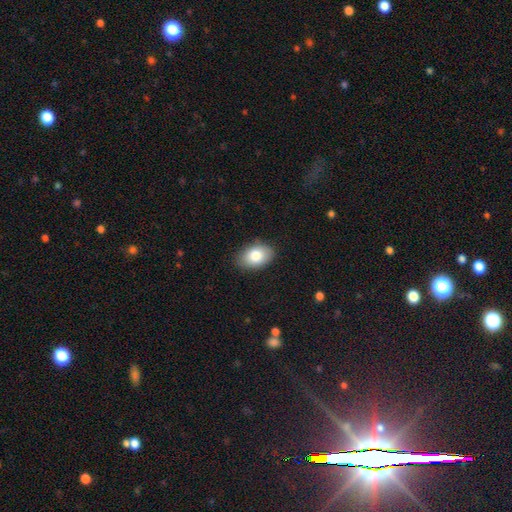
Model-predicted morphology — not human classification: smooth_or_featured: smooth (p=0.82) [alt: featured or disk p=0.11]
how_rounded: in between (p=0.88) [alt: round p=0.10]
merging: none (p=0.85) [alt: minor disturbance p=0.12]